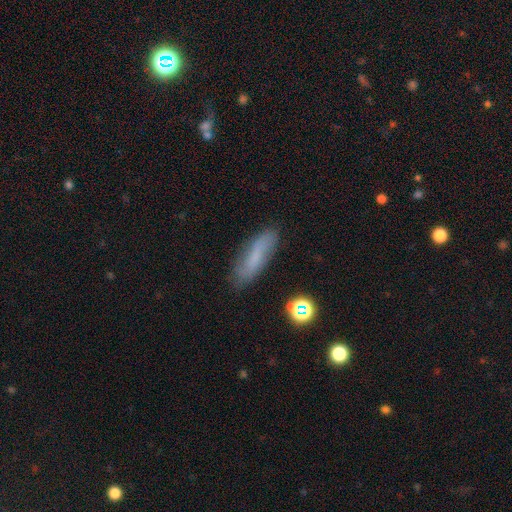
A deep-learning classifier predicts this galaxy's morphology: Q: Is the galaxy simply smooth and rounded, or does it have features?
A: smooth — 67%.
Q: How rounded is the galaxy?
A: cigar-shaped — 60%.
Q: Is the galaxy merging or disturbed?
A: none — 78%.